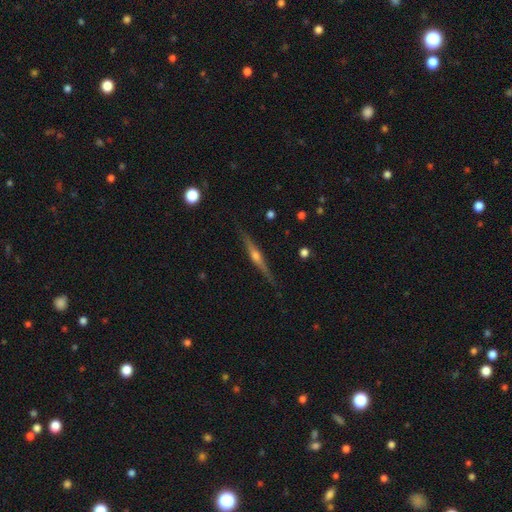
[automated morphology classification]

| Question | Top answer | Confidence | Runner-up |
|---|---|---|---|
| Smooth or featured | featured or disk | 80% | smooth (14%) |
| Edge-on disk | yes | 98% | no (2%) |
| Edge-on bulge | rounded | 90% | none (5%) |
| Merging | none | 89% | minor disturbance (8%) |